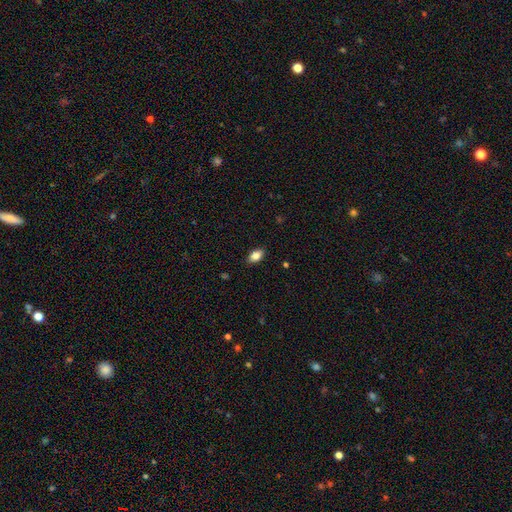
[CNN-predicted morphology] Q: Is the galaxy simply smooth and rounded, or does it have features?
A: smooth — 85%.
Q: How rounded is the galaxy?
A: in between — 89%.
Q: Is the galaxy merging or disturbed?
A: none — 88%.